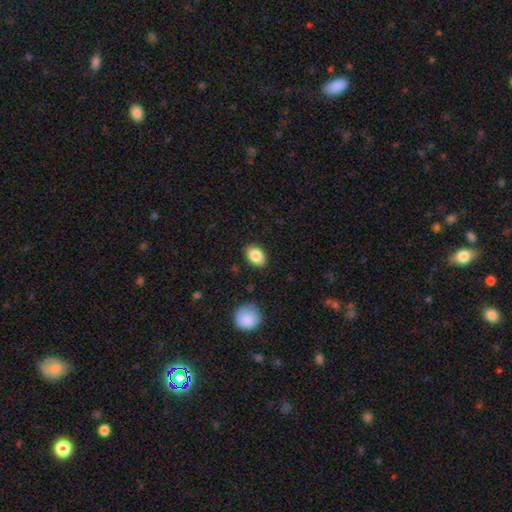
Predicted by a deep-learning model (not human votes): The model was most divided on "how rounded": in between: 84%, round: 15%, cigar-shaped: 1%. More confident: merging — none (87%); smooth or featured — smooth (86%).